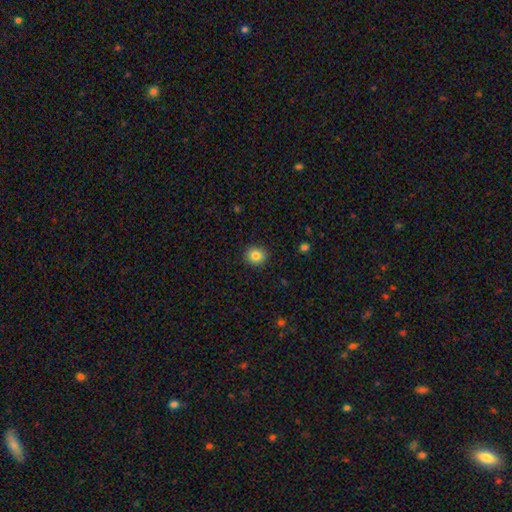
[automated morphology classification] smooth 84%, star or artifact 10%, featured or disk 7%. Down the decision tree: how rounded — round (85%); merging — none (91%).